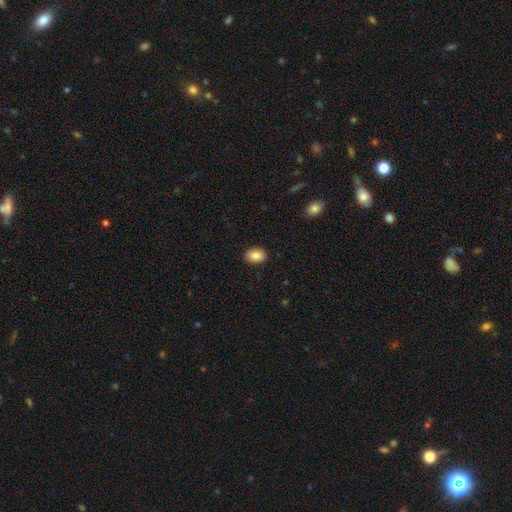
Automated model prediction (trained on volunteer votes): Smooth or featured?
  - smooth: 87% *
  - star or artifact: 8%
  - featured or disk: 6%
How rounded?
  - in between: 78% *
  - round: 21%
  - cigar-shaped: 1%
Merging?
  - none: 89% *
  - minor disturbance: 8%
  - major disturbance: 2%
  - merger: 1%